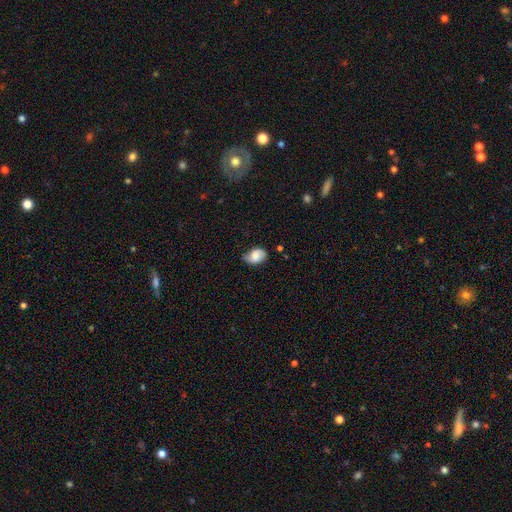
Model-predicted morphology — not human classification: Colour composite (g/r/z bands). It shows a smooth galaxy with no disk features (74%) that is in between round and cigar-shaped (82%). Merging: none (66%).